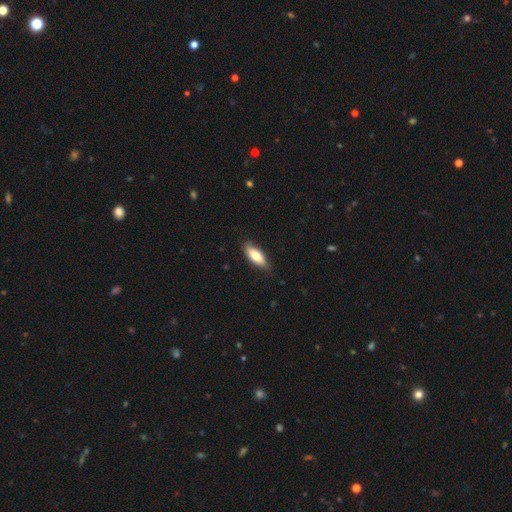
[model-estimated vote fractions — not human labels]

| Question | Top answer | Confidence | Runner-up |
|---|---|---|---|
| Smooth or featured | smooth | 76% | featured or disk (18%) |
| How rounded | in between | 74% | cigar-shaped (24%) |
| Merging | none | 79% | minor disturbance (17%) |